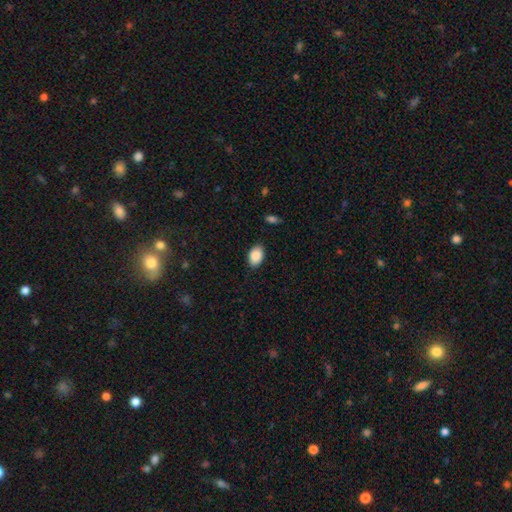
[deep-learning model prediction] Q: Smooth or featured?
A: smooth (89%); runner-up: star or artifact (7%)
Q: How rounded?
A: in between (88%); runner-up: round (11%)
Q: Merging?
A: none (86%); runner-up: minor disturbance (10%)